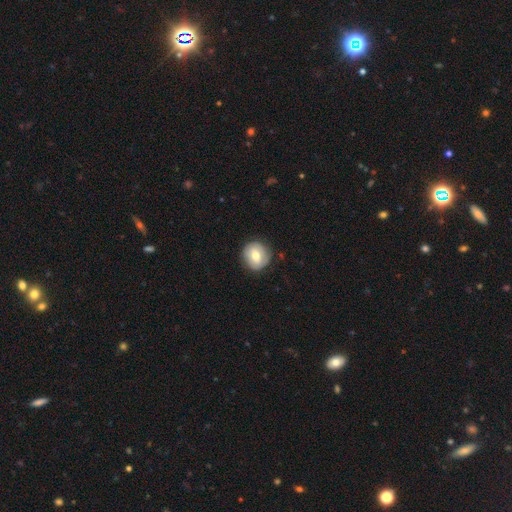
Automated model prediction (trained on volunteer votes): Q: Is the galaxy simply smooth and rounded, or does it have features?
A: smooth — 63%.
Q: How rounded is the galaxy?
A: round — 89%.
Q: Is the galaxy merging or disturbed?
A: none — 83%.